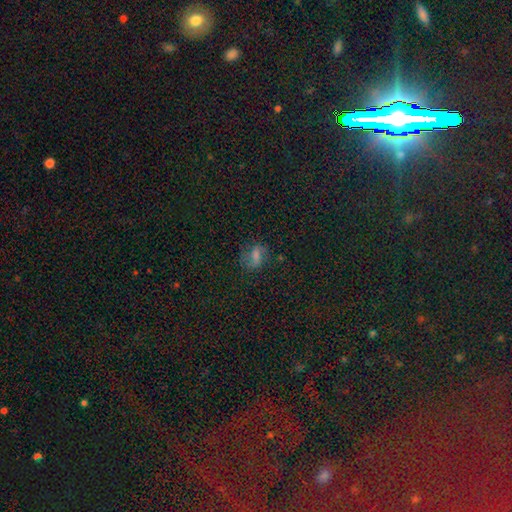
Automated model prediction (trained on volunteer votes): Overall: smooth (44%; star or artifact 32%). Merging: none (70%).